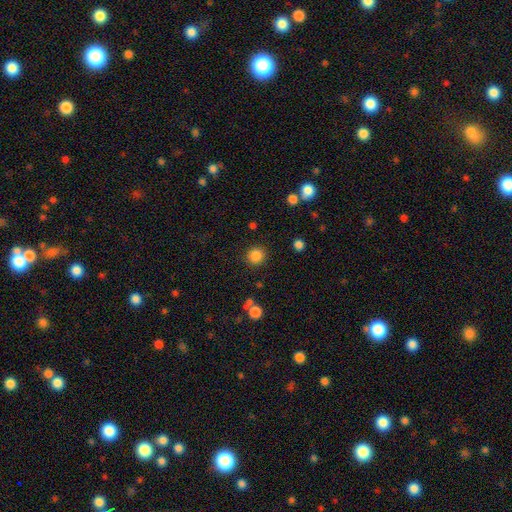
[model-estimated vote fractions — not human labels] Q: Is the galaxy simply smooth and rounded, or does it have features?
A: smooth — 85%.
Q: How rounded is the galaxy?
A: round — 91%.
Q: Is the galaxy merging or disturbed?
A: none — 88%.